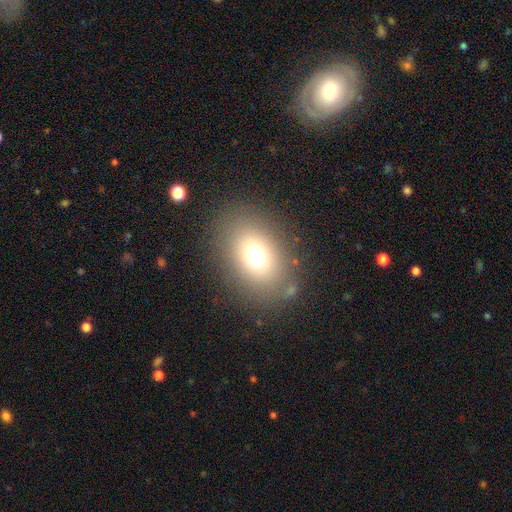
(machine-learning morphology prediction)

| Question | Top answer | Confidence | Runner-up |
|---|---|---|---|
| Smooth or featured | smooth | 70% | star or artifact (16%) |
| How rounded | in between | 71% | round (28%) |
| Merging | none | 82% | minor disturbance (10%) |